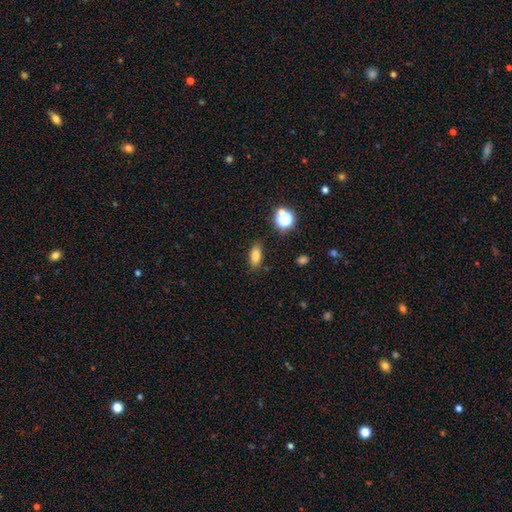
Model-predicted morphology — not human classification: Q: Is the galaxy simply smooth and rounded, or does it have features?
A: smooth — 79%.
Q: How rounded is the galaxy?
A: in between — 78%.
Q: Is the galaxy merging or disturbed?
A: none — 85%.